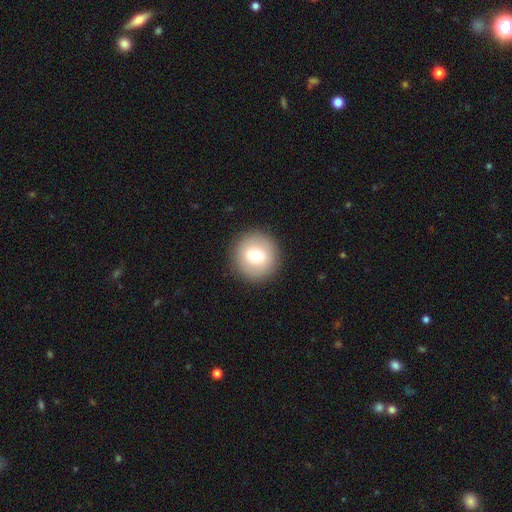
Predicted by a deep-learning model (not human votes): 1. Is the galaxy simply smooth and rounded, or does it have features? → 73% smooth, 18% featured or disk, 9% star or artifact.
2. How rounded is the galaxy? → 95% round, 4% in between, 1% cigar-shaped.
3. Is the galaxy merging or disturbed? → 91% none, 6% minor disturbance, 2% major disturbance, 1% merger.